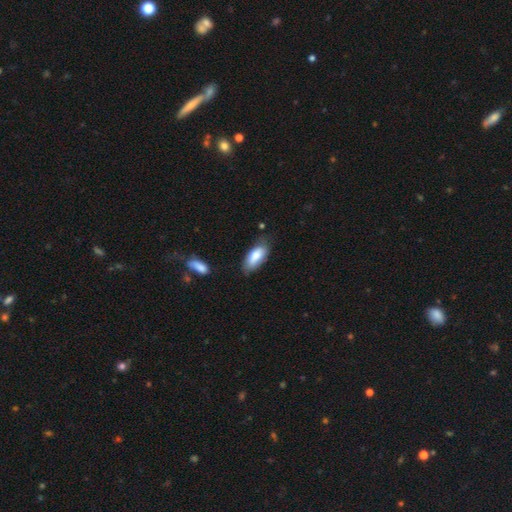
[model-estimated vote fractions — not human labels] Morphology: type=smooth (81%); roundness=in between (85%); merging=none (66%).